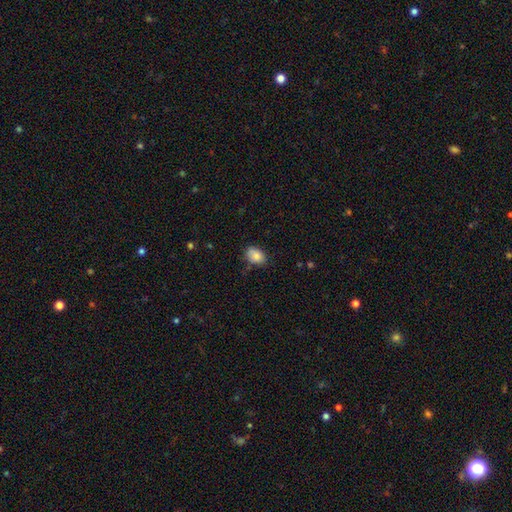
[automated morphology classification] Overall: smooth (84%). How rounded: in between (80%). Merging: none (69%).